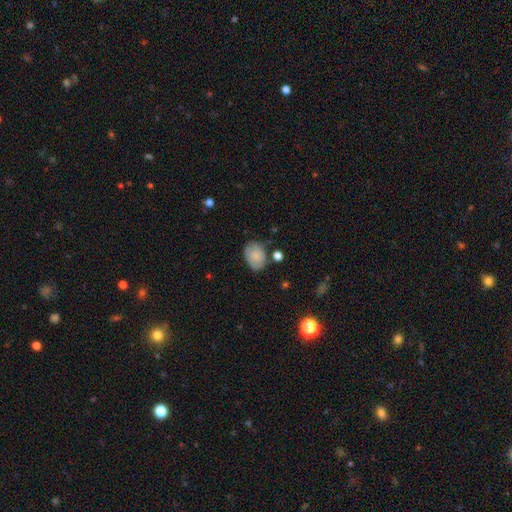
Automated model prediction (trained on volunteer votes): smooth 80%, featured or disk 13%, star or artifact 8%. Down the decision tree: how rounded — in between (72%); merging — none (66%).